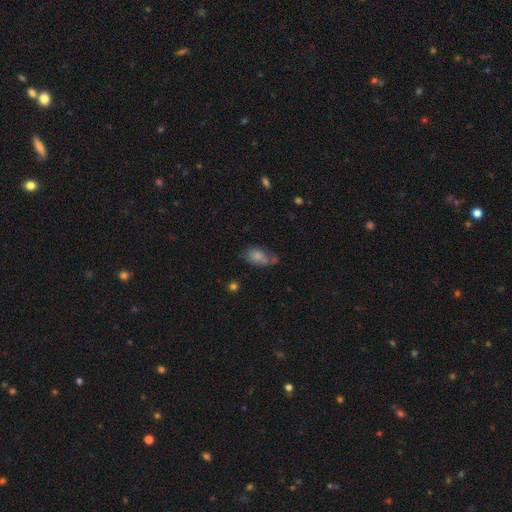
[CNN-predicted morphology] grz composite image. It shows a smooth galaxy with no disk features (64%) that is in between round and cigar-shaped (83%). Merging: none (46%).